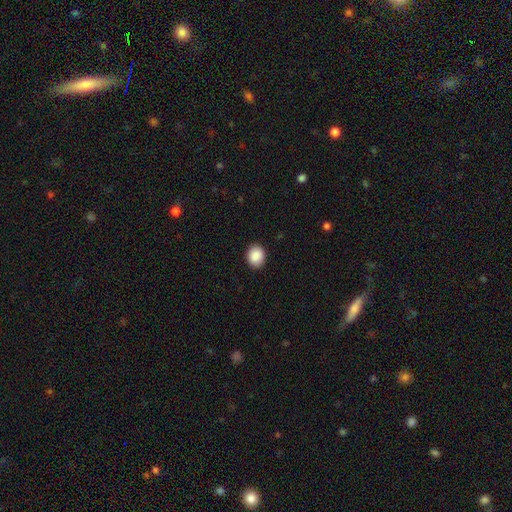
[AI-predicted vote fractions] smooth-or-featured: smooth: 89% | star or artifact: 8% | featured or disk: 3%
  how-rounded: round: 56% | in between: 43% | cigar-shaped: 1%
  merging: none: 90% | minor disturbance: 7% | major disturbance: 2% | merger: 1%